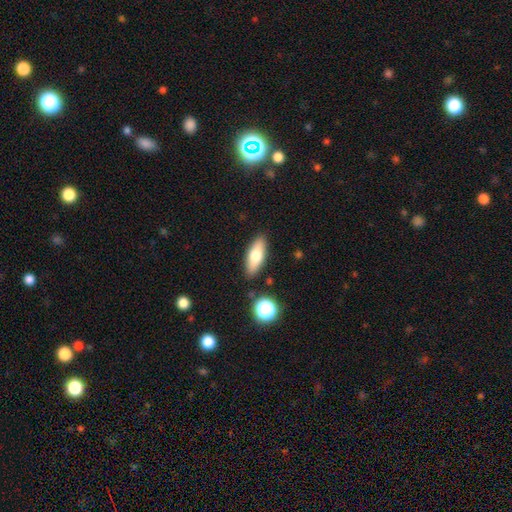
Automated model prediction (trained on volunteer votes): smooth 68%, featured or disk 24%, star or artifact 7%. Down the decision tree: how rounded — in between (69%); merging — none (86%).